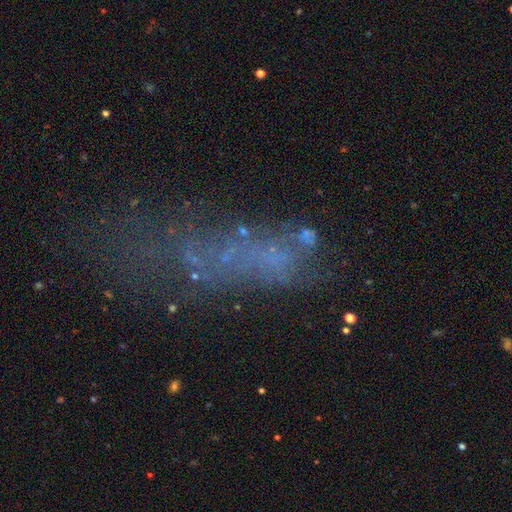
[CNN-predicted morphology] The model was most divided on "smooth or featured": star or artifact: 36%, featured or disk: 35%, smooth: 30%.